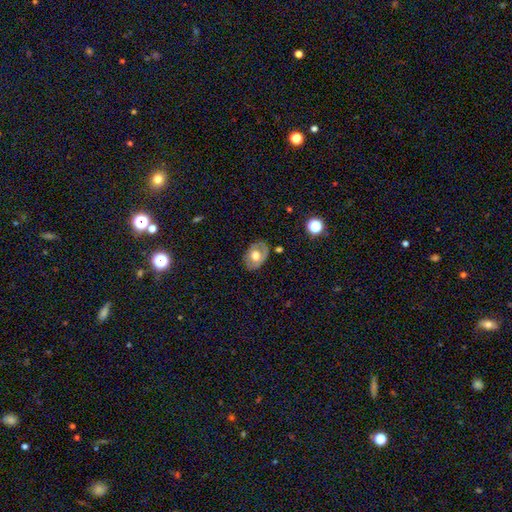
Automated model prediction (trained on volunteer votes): This appears to be a smooth galaxy with no disk features (46%, tied with featured or disk). Merging: none (74%).